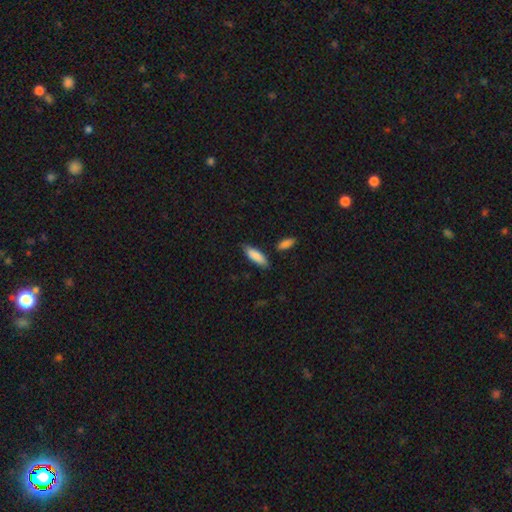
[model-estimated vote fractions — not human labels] A smooth galaxy with no disk features (86%) that is in between round and cigar-shaped (58%).

Vote fractions:
- Smooth or featured? smooth: 86% / featured or disk: 8% / star or artifact: 6%
- How rounded? in between: 58% / cigar-shaped: 40% / round: 2%
- Merging? none: 78% / minor disturbance: 15% / merger: 4% / major disturbance: 3%